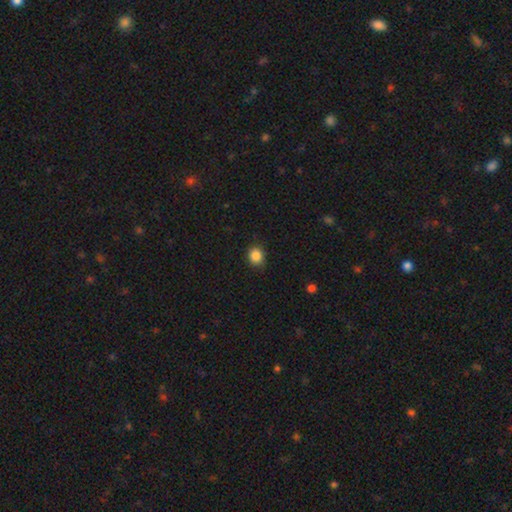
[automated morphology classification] Overall: smooth (86%). How rounded: round (81%). Merging: none (84%).